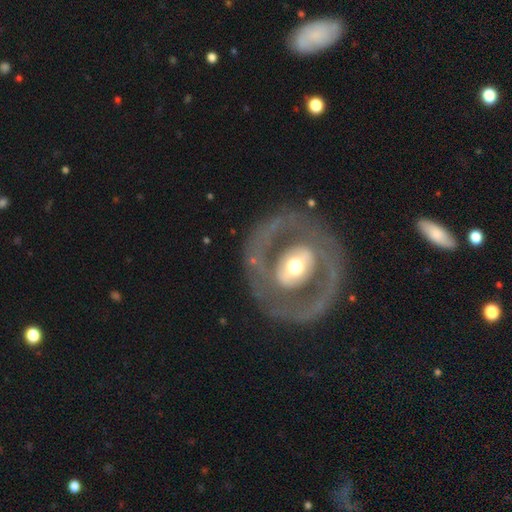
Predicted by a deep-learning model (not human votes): A featured or disk galaxy (75%) with no bar (52%), no spiral arms (64%) and a moderate central bulge (61%). Merging: none (78%).